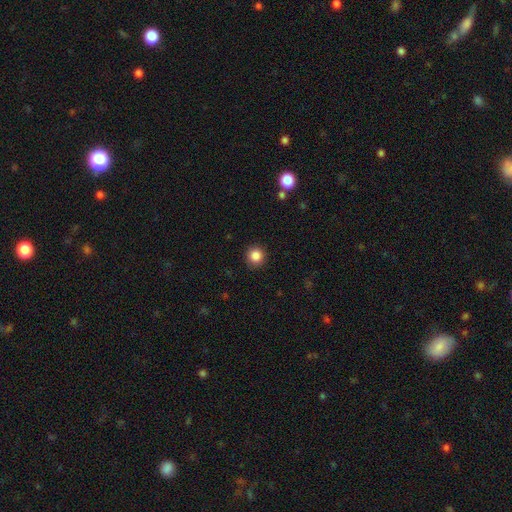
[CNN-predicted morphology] Smooth or featured? Predicted: smooth (p=0.85). How rounded? Predicted: round (p=0.95). Merging? Predicted: none (p=0.92).